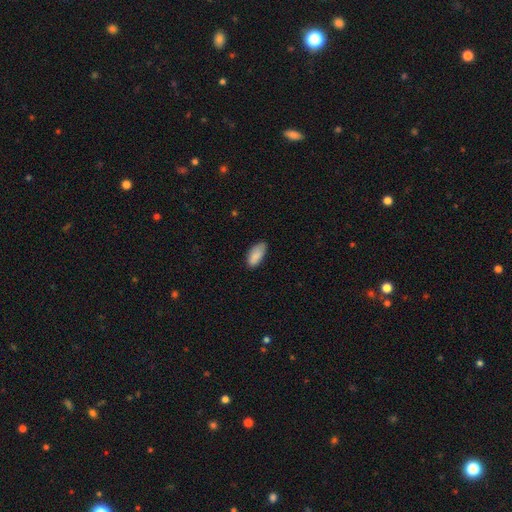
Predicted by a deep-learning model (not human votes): Smooth or featured? smooth (87%)
How rounded? in between (90%)
Merging? none (72%)